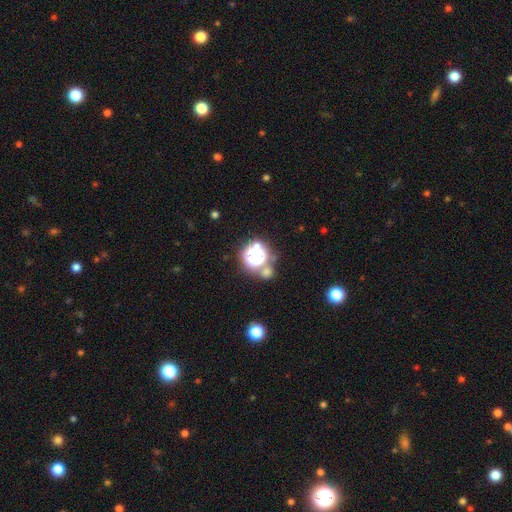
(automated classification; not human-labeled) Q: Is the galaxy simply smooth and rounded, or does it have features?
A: star or artifact — 71%.